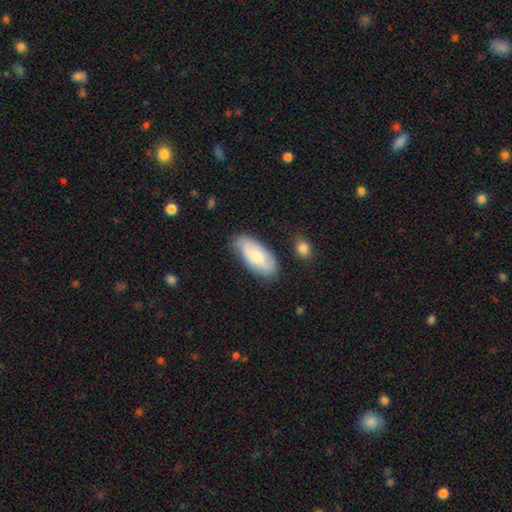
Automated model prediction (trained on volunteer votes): Morphology: type=smooth (64%); roundness=in between (90%); merging=none (73%).